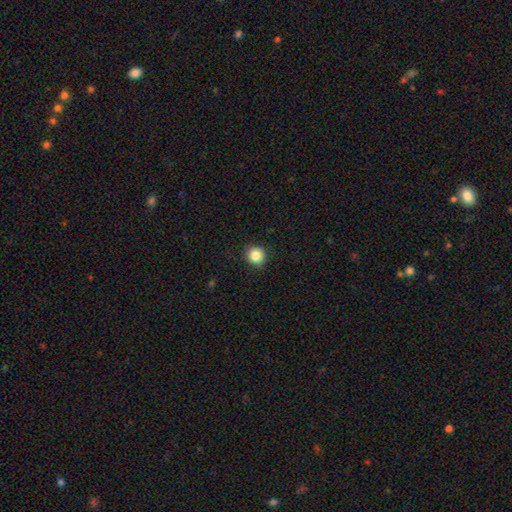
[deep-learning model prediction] Smooth or featured?
  - smooth: 84% *
  - star or artifact: 10%
  - featured or disk: 5%
How rounded?
  - round: 91% *
  - in between: 8%
  - cigar-shaped: 1%
Merging?
  - none: 89% *
  - minor disturbance: 8%
  - major disturbance: 2%
  - merger: 1%